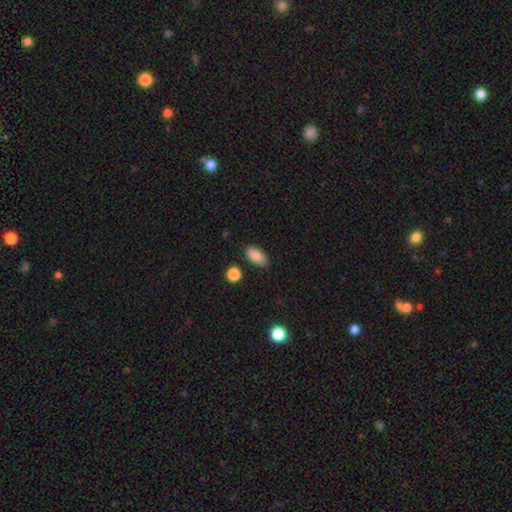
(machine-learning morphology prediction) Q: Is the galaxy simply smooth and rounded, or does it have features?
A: smooth — 87%.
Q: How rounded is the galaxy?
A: in between — 91%.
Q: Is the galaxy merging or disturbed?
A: none — 82%.